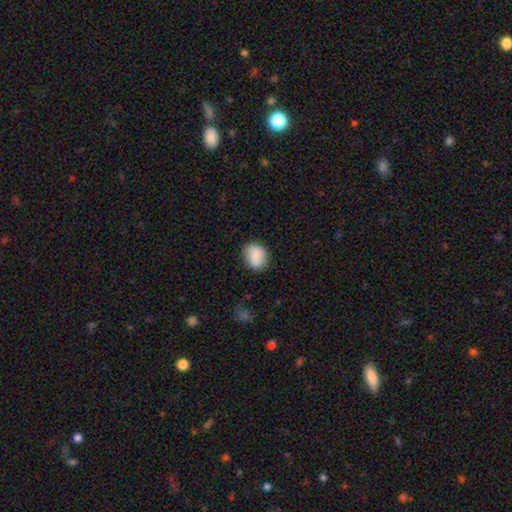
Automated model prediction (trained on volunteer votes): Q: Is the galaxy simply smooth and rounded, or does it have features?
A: smooth — 81%.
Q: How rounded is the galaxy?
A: in between — 53%.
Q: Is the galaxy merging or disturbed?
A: none — 76%.